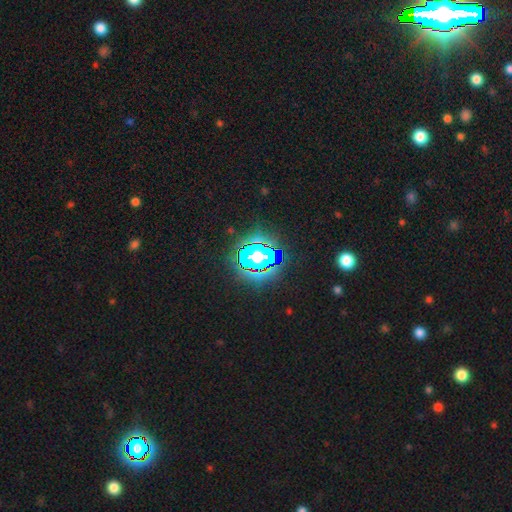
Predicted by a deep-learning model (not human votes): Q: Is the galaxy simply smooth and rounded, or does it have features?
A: star or artifact — 64%.